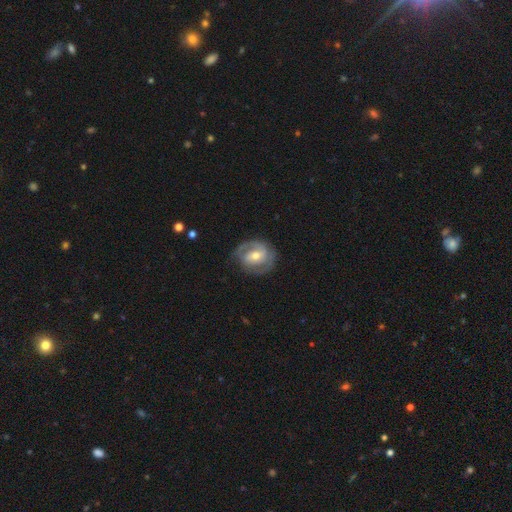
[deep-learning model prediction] Smooth or featured? Predicted: featured or disk (p=0.78). Edge-on disk? Predicted: no (p=0.97). Bar? Predicted: weak (p=0.45). Spiral arms? Predicted: yes (p=0.89). Spiral winding? Predicted: tight (p=0.47). Spiral arm count? Predicted: 2 (p=0.74). Bulge size? Predicted: moderate (p=0.62). Merging? Predicted: none (p=0.76).